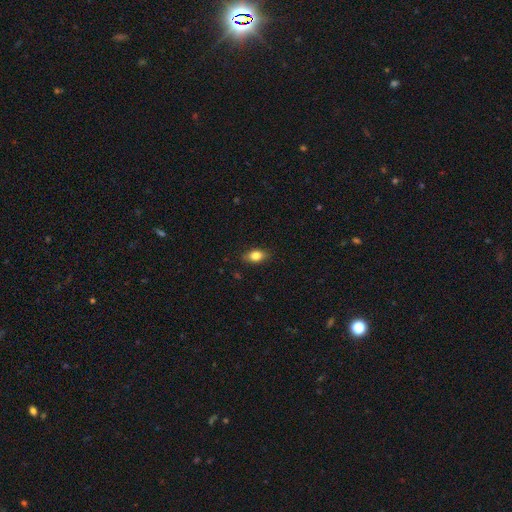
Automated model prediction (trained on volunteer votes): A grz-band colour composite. It shows a smooth galaxy with no disk features (79%) that is in between round and cigar-shaped (82%). Merging: none (86%).